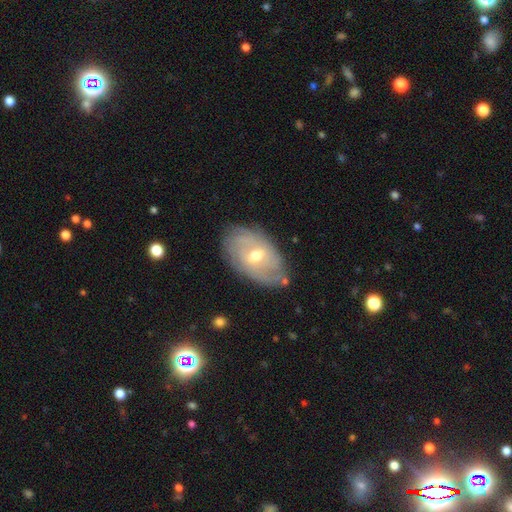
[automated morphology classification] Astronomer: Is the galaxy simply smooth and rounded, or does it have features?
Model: featured or disk — 70%.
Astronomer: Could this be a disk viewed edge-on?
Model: no — 93%.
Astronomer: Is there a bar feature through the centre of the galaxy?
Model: weak — 48% (runner-up: no, 41%).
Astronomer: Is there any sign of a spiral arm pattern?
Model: yes — 80%.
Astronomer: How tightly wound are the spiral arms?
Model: tight — 61%.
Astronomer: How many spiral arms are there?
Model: can't tell — 50%.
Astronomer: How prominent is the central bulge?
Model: moderate — 62%.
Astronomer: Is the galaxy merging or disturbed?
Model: none — 75%.